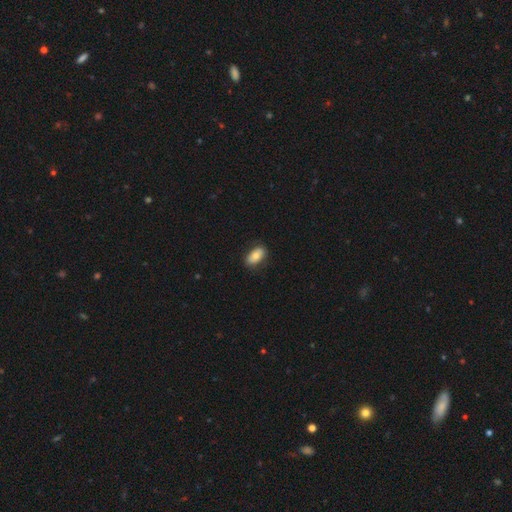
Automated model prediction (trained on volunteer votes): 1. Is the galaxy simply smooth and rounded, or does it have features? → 76% smooth, 17% featured or disk, 7% star or artifact.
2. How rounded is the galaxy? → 92% in between, 5% round, 3% cigar-shaped.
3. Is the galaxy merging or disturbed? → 80% none, 15% minor disturbance, 4% major disturbance, 1% merger.